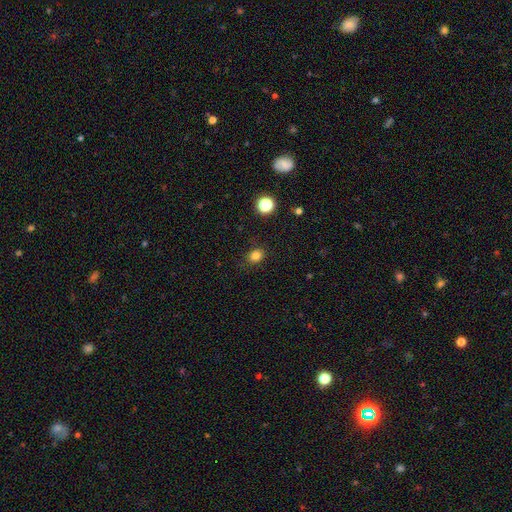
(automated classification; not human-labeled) smooth 81%, star or artifact 14%, featured or disk 5%. Down the decision tree: how rounded — round (61%); merging — none (85%).